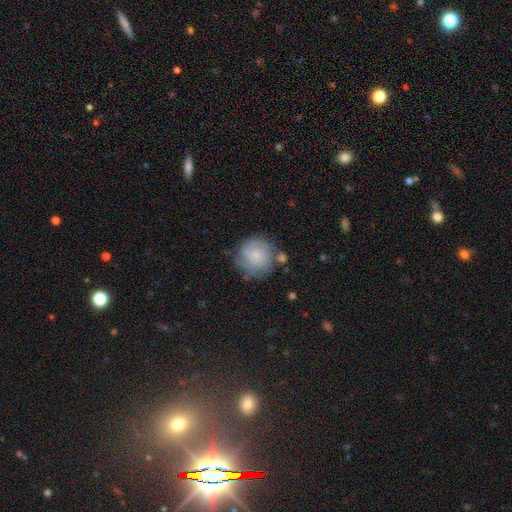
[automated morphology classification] smooth_or_featured: featured or disk (p=0.52) [alt: smooth p=0.40]
disk_edge_on: no (p=0.98) [alt: yes p=0.02]
bar: no (p=0.79) [alt: weak p=0.18]
has_spiral_arms: yes (p=0.83) [alt: no p=0.17]
bulge_size: small (p=0.75) [alt: moderate p=0.13]
merging: none (p=0.61) [alt: minor disturbance p=0.21]